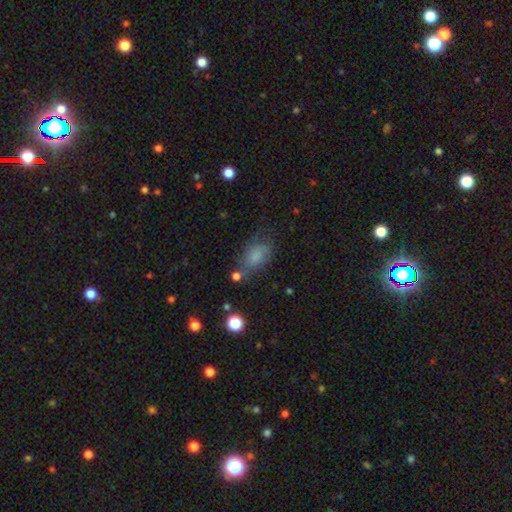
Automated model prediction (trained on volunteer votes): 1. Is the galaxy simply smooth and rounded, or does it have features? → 57% smooth, 30% featured or disk, 13% star or artifact.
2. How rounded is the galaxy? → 82% in between, 15% round, 3% cigar-shaped.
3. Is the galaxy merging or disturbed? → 45% none, 29% minor disturbance, 19% major disturbance, 7% merger.